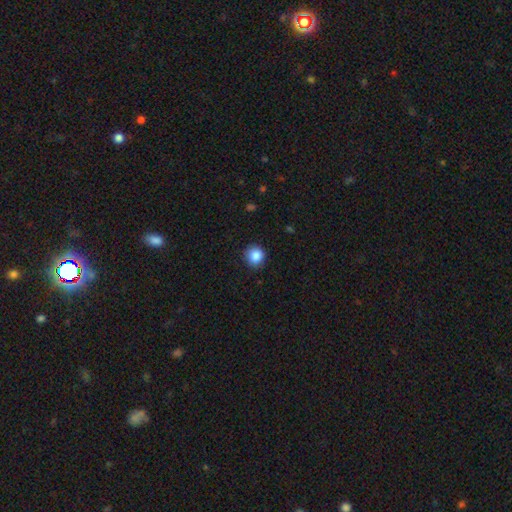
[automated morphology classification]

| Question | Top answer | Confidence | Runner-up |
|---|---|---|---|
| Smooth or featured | smooth | 87% | star or artifact (9%) |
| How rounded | round | 90% | in between (9%) |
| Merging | none | 85% | minor disturbance (12%) |